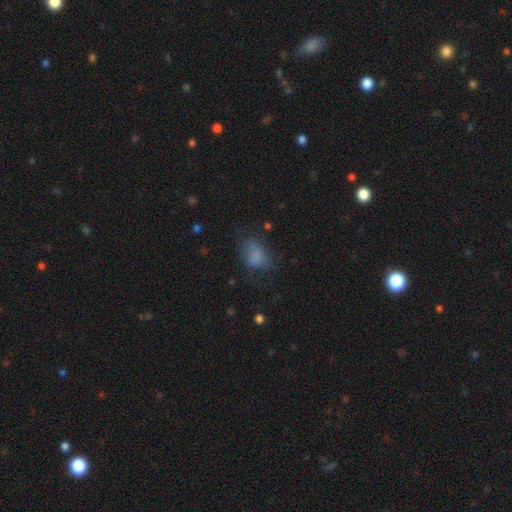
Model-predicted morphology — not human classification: A smooth galaxy with no disk features (74%) that is in between round and cigar-shaped (72%). Merging: none (51%).